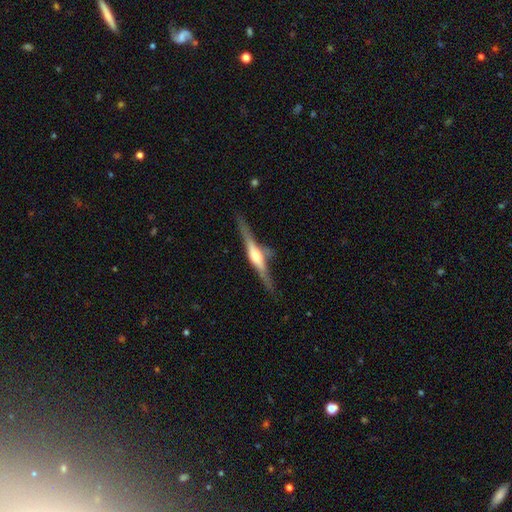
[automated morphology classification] Q: Smooth or featured?
A: featured or disk (79%); runner-up: smooth (15%)
Q: Edge-on disk?
A: yes (97%); runner-up: no (3%)
Q: Edge-on bulge?
A: rounded (84%); runner-up: boxy (13%)
Q: Merging?
A: none (77%); runner-up: minor disturbance (15%)